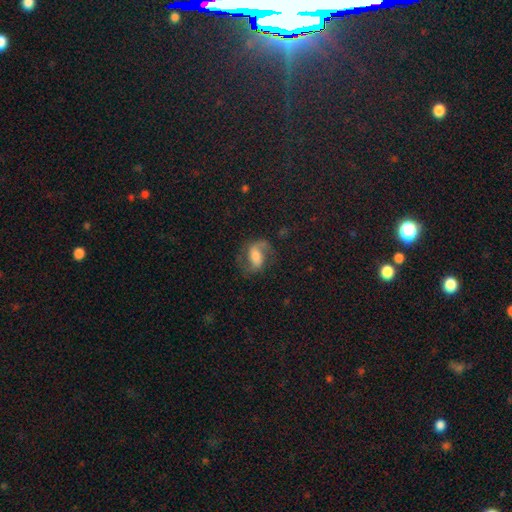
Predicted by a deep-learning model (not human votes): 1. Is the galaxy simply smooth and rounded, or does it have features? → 66% featured or disk, 25% smooth, 9% star or artifact.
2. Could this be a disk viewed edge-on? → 96% no, 4% yes.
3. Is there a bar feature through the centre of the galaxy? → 41% weak, 33% strong, 27% no.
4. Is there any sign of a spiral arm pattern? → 91% yes, 9% no.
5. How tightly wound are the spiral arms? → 46% medium, 41% loose, 14% tight.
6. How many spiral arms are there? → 82% 2, 11% 1, 4% can't tell, 1% 3, 1% 4, 1% more than 4.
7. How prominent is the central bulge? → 39% moderate, 27% large, 21% small, 9% none, 4% dominant.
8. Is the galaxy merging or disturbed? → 63% none, 19% minor disturbance, 17% major disturbance, 2% merger.